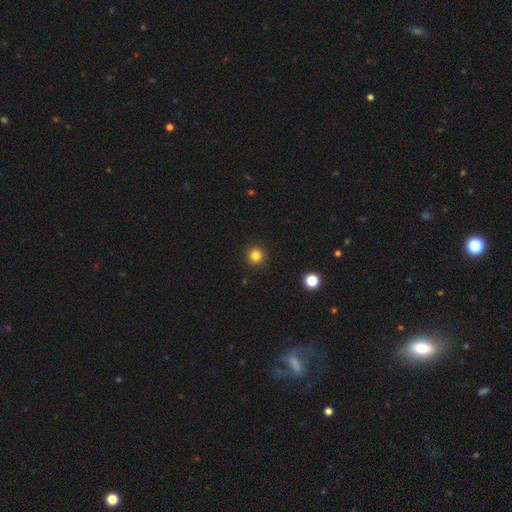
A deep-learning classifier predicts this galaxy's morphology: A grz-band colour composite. It shows a smooth galaxy with no disk features (82%) that is round (95%). Merging: none (93%).